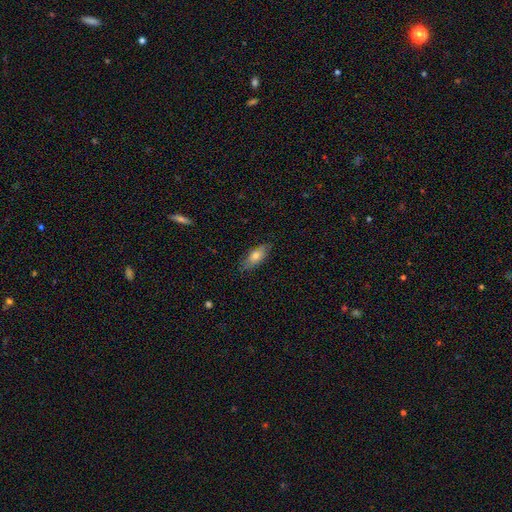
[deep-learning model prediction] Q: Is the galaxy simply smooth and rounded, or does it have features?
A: smooth — 66%.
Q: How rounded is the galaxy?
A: in between — 71%.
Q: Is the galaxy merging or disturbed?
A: none — 79%.